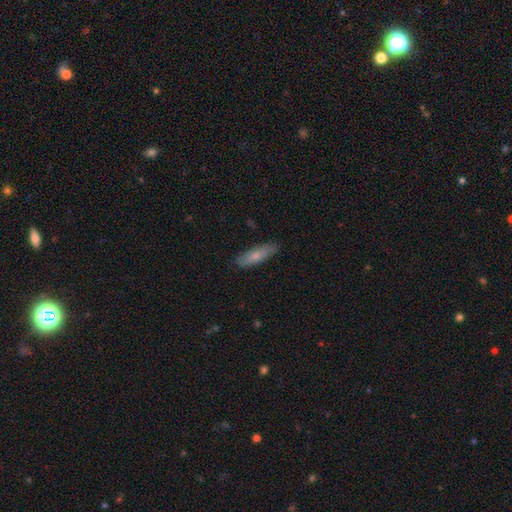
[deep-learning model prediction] A smooth galaxy with no disk features (68%) that is cigar-shaped (63%). Merging: none (85%).